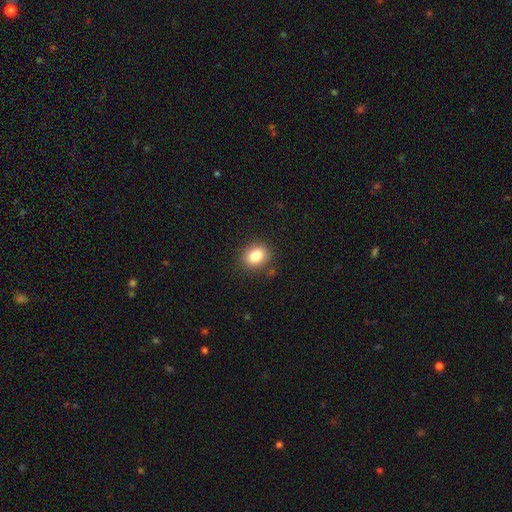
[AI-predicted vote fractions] A smooth galaxy with no disk features (83%) that is in between round and cigar-shaped (53%).

Vote fractions:
- Smooth or featured? smooth: 83% / star or artifact: 10% / featured or disk: 7%
- How rounded? in between: 53% / round: 46% / cigar-shaped: 1%
- Merging? none: 86% / minor disturbance: 10% / major disturbance: 3% / merger: 2%